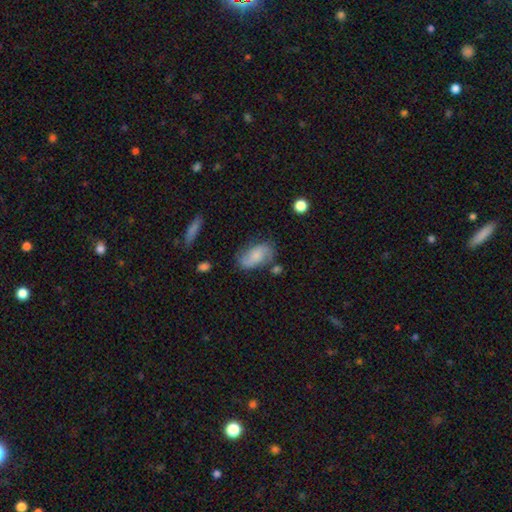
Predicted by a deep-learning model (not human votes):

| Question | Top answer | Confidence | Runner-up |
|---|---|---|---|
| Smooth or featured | smooth | 54% | featured or disk (38%) |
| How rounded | in between | 90% | round (5%) |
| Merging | none | 63% | minor disturbance (23%) |